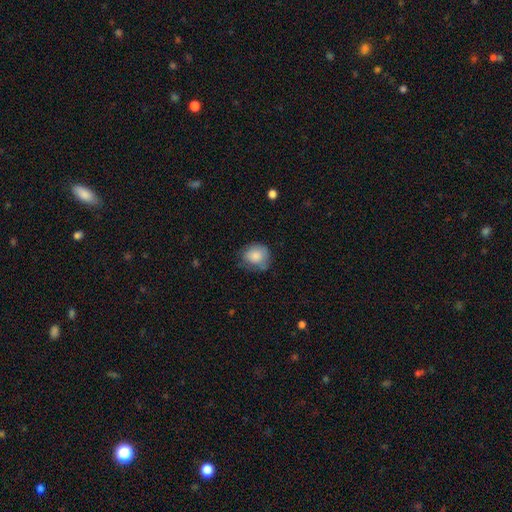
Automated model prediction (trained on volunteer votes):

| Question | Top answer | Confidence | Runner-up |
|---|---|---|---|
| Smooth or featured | smooth | 81% | featured or disk (11%) |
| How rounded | round | 72% | in between (28%) |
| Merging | none | 56% | minor disturbance (32%) |